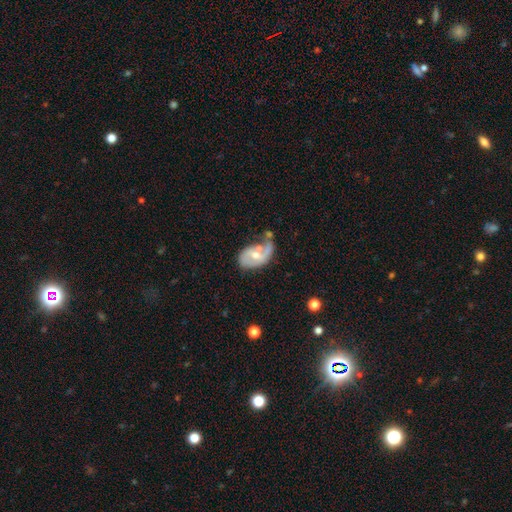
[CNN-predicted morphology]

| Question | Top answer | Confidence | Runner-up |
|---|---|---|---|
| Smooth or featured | featured or disk | 68% | smooth (26%) |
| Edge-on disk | no | 97% | yes (3%) |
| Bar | no | 47% | weak (42%) |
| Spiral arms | yes | 78% | no (22%) |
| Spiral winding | loose | 43% | medium (38%) |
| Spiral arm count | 2 | 45% | 1 (42%) |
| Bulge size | moderate | 61% | small (32%) |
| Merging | none | 29% | major disturbance (27%) |